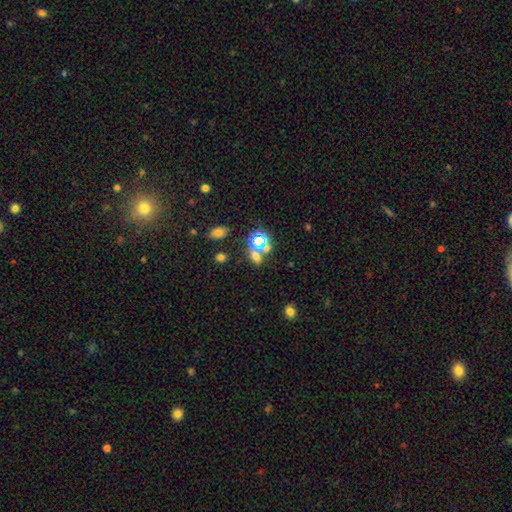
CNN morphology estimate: Smooth or featured?
  - smooth: 48% *
  - star or artifact: 42%
  - featured or disk: 11%
Merging?
  - none: 55% *
  - merger: 27%
  - minor disturbance: 11%
  - major disturbance: 7%